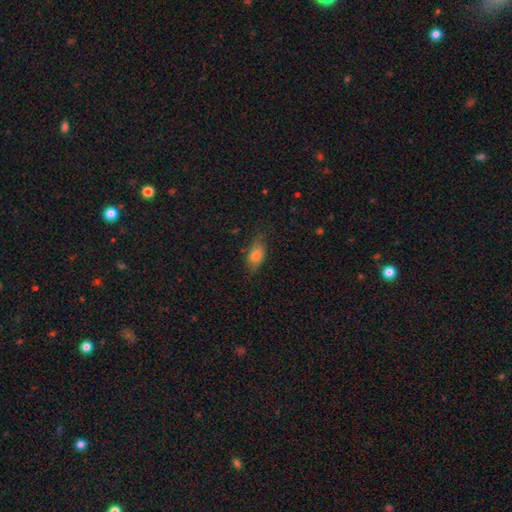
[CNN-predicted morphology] Smooth or featured: smooth — 75% (featured or disk — 16%)
How rounded: in between — 82% (round — 10%)
Merging: none — 67% (minor disturbance — 24%)